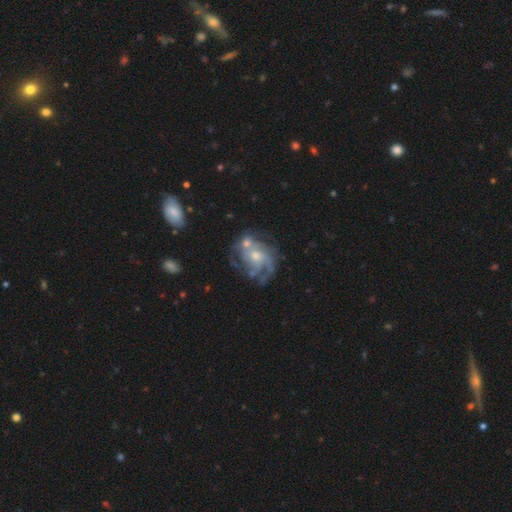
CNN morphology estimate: Q: Smooth or featured?
A: featured or disk (80%); runner-up: smooth (12%)
Q: Edge-on disk?
A: no (98%); runner-up: yes (2%)
Q: Bar?
A: no (75%); runner-up: weak (21%)
Q: Spiral arms?
A: yes (85%); runner-up: no (15%)
Q: Spiral winding?
A: tight (45%); runner-up: medium (39%)
Q: Spiral arm count?
A: can't tell (39%); runner-up: 3 (22%)
Q: Bulge size?
A: moderate (50%); runner-up: small (42%)
Q: Merging?
A: none (51%); runner-up: minor disturbance (20%)